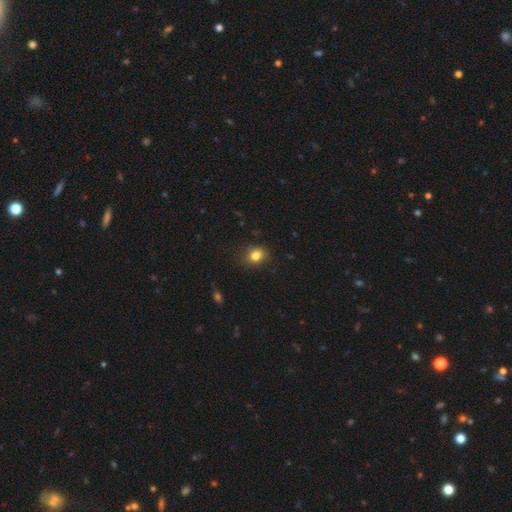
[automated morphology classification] Smooth or featured: smooth — 82% (star or artifact — 12%)
How rounded: round — 55% (in between — 44%)
Merging: none — 82% (minor disturbance — 13%)